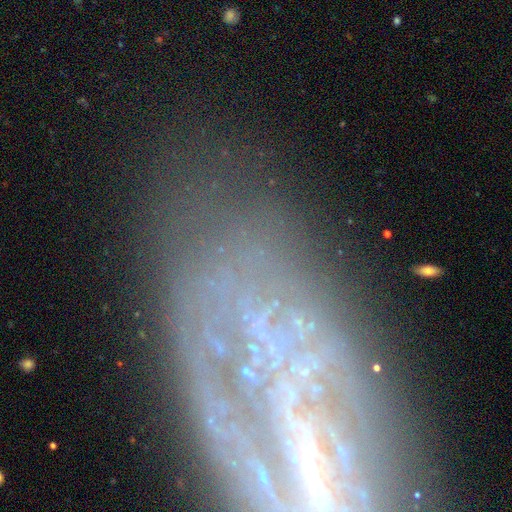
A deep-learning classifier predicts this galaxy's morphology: smooth_or_featured: featured or disk (p=0.41) [alt: star or artifact p=0.39]
merging: none (p=0.66) [alt: minor disturbance p=0.17]